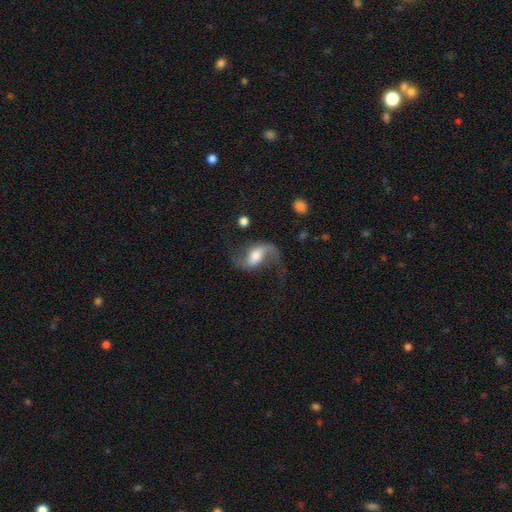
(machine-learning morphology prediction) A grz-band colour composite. It shows a featured or disk galaxy (82%) with a weak bar (45%), 2 (85%) loose (77%) spiral arms (96%) and a moderate central bulge (51%). Merging: none (60%).